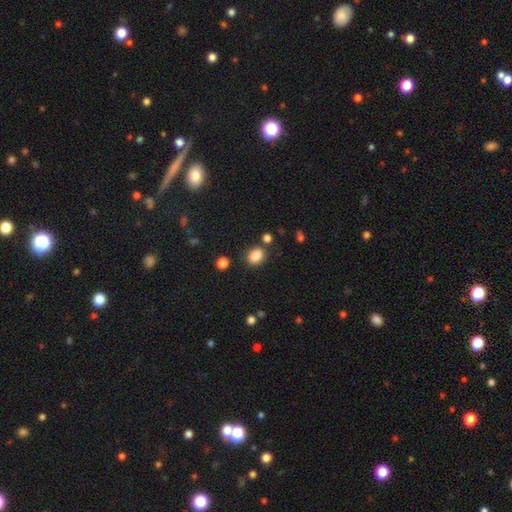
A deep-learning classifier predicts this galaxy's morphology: Q: Smooth or featured?
A: smooth (85%); runner-up: star or artifact (10%)
Q: How rounded?
A: in between (62%); runner-up: round (36%)
Q: Merging?
A: none (75%); runner-up: minor disturbance (14%)